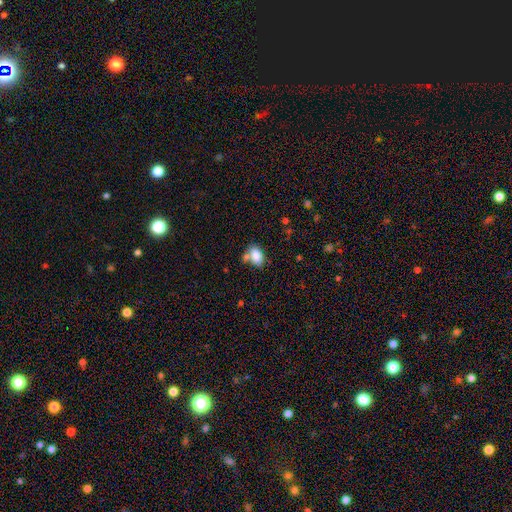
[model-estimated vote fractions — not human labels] Smooth or featured? smooth (84%)
How rounded? in between (87%)
Merging? none (53%)